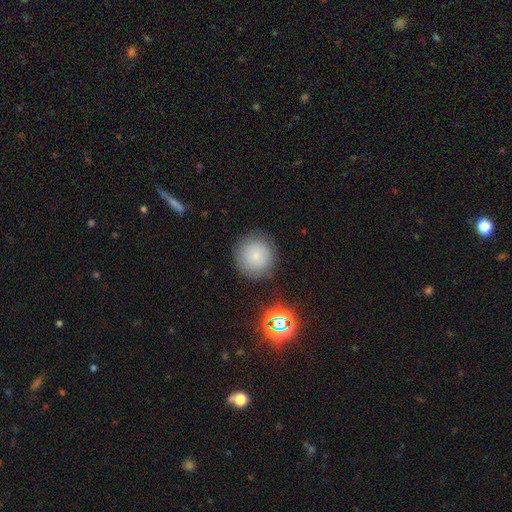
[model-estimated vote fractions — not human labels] smooth-or-featured: smooth: 80% | star or artifact: 11% | featured or disk: 8%
  how-rounded: round: 94% | in between: 5% | cigar-shaped: 1%
  merging: none: 85% | minor disturbance: 10% | major disturbance: 3% | merger: 3%